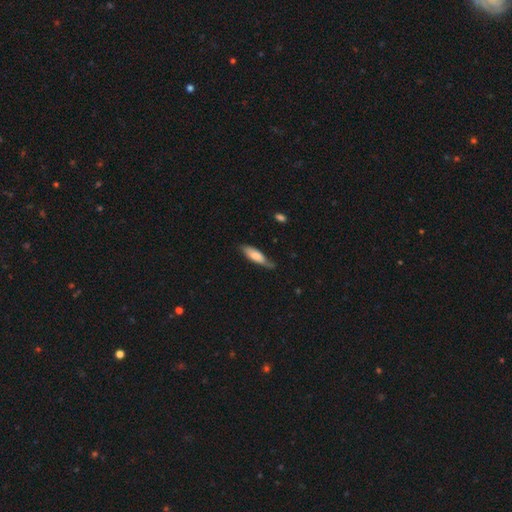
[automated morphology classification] smooth 70%, featured or disk 24%, star or artifact 6%. Down the decision tree: how rounded — cigar-shaped (54%); merging — none (62%).